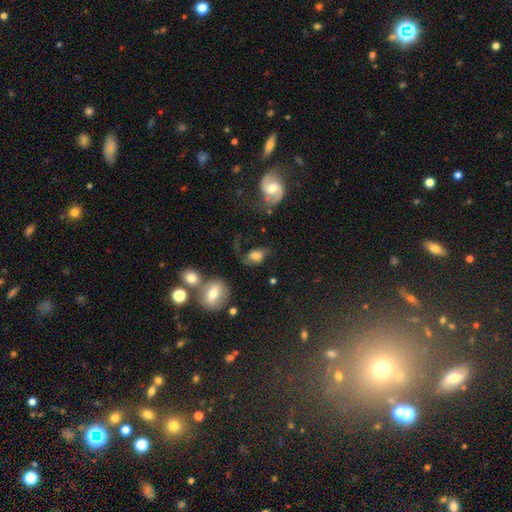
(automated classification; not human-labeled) This appears to be a smooth galaxy with no disk features (48%). Merging: none (41%).